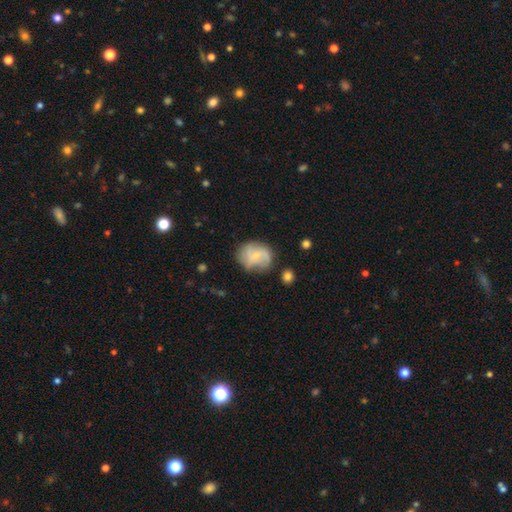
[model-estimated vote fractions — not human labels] Smooth or featured? featured or disk (54%)
Edge-on disk? no (97%)
Bar? no (58%)
Spiral arms? yes (81%)
Bulge size? small (68%)
Merging? none (62%)